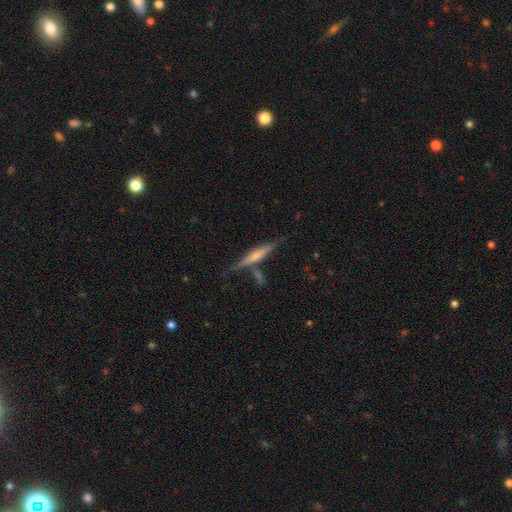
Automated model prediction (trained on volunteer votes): This appears to be a featured or disk galaxy (61%) viewed edge-on (96%) with a rounded central bulge (51%). Merging: none (72%).